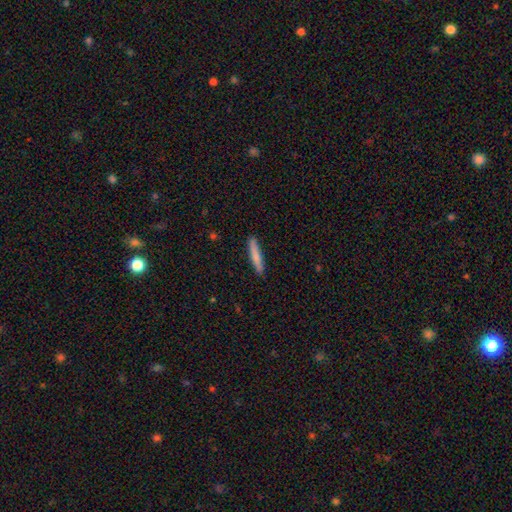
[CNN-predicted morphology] Overall: smooth (76%). How rounded: cigar-shaped (92%). Merging: none (89%).